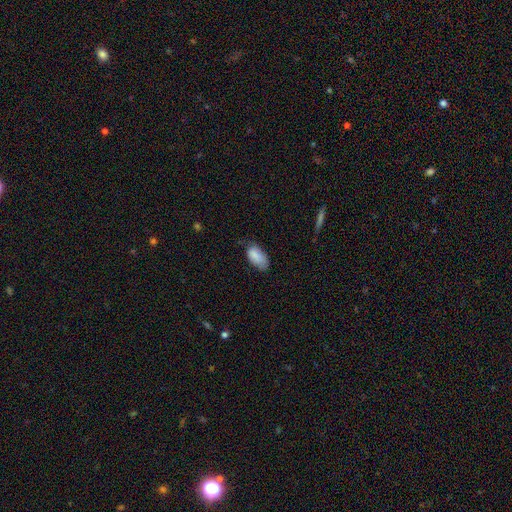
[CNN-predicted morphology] type=smooth (86%); roundness=in between (94%); merging=none (52%).